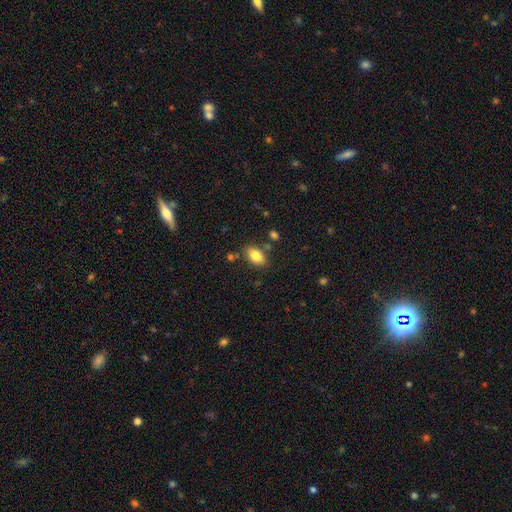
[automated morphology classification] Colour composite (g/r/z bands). It shows a smooth galaxy with no disk features (83%) that is in between round and cigar-shaped (90%). Merging: none (79%).